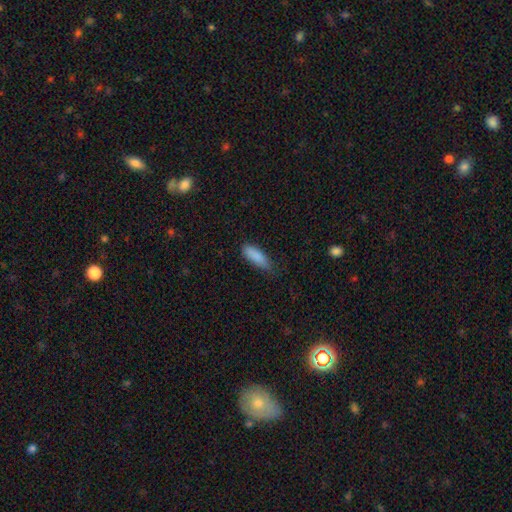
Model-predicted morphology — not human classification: Overall: smooth (87%). How rounded: in between (61%; cigar-shaped 37%). Merging: none (71%).